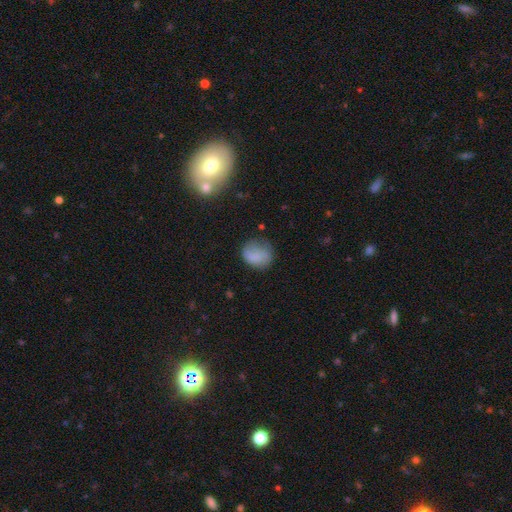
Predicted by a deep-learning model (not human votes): smooth_or_featured: smooth (p=0.77) [alt: featured or disk p=0.13]
how_rounded: round (p=0.69) [alt: in between p=0.30]
merging: none (p=0.56) [alt: minor disturbance p=0.28]